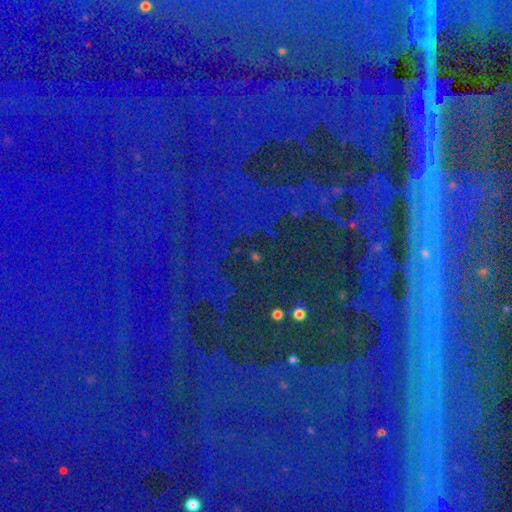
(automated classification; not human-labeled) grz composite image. It shows a star or artifact, not a galaxy (87%).